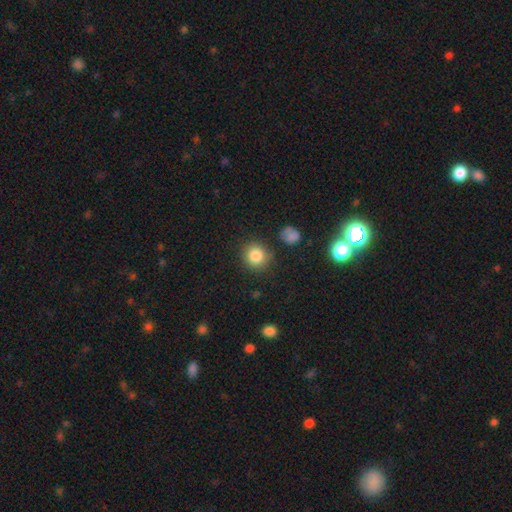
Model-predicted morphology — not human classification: Smooth or featured? smooth (84%)
How rounded? round (89%)
Merging? none (83%)